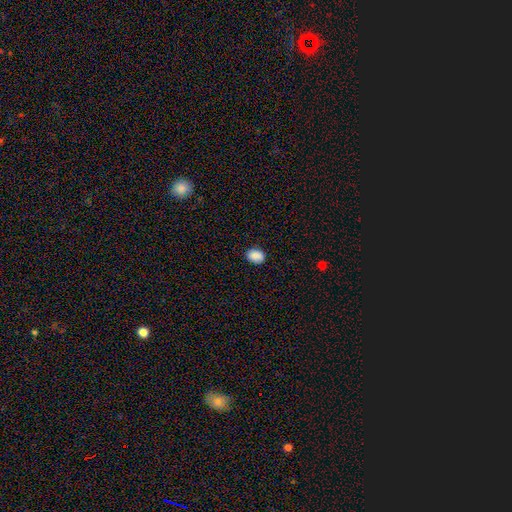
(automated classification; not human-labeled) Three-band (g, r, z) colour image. It shows a smooth galaxy with no disk features (88%) that is in between round and cigar-shaped (72%). Merging: none (86%).